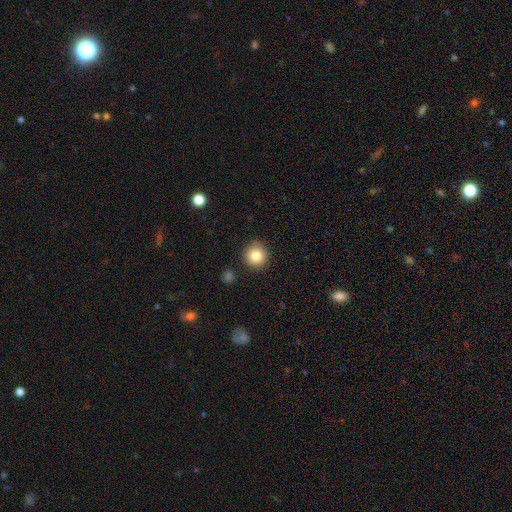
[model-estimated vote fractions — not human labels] Smooth or featured? Predicted: smooth (p=0.84). How rounded? Predicted: round (p=0.93). Merging? Predicted: none (p=0.88).